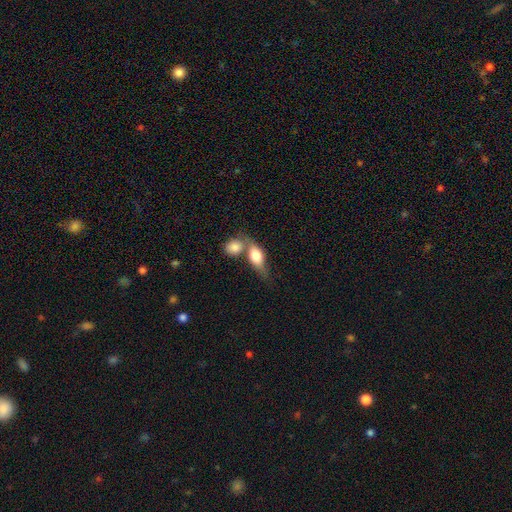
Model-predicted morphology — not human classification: The model was most divided on "merging": merger: 56%, none: 27%, minor disturbance: 11%, major disturbance: 7%. More confident: how rounded — in between (72%); smooth or featured — smooth (70%).